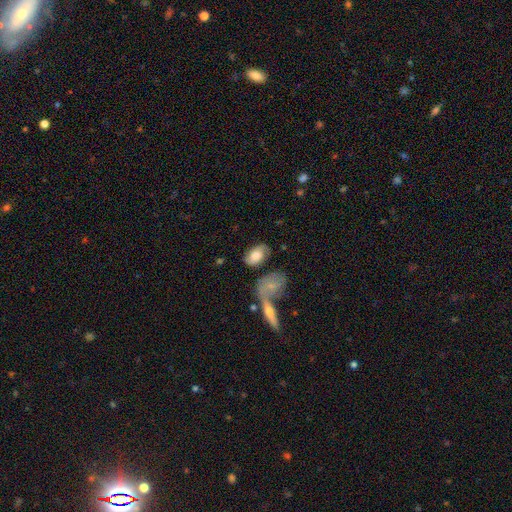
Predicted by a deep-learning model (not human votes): Overall: smooth (56%; featured or disk 37%). How rounded: in between (90%). Merging: none (56%; minor disturbance 21%).